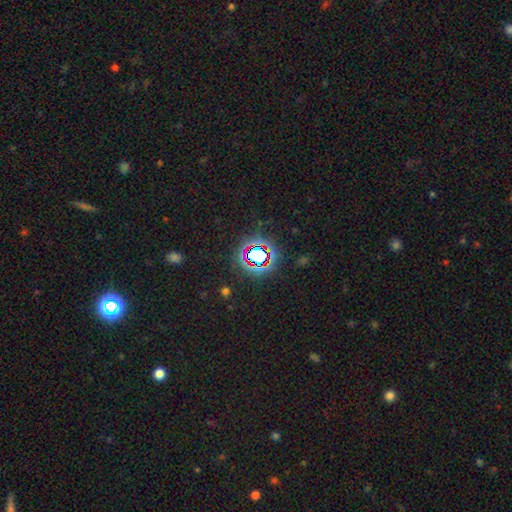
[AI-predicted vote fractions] A star or artifact, not a galaxy (71%).

Vote fractions:
- Smooth or featured? star or artifact: 71% / smooth: 18% / featured or disk: 11%